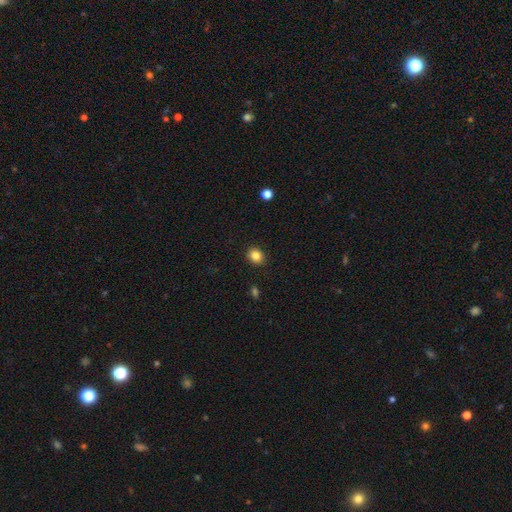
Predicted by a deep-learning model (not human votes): This appears to be a smooth galaxy with no disk features (84%) that is round (65%). Merging: none (91%).